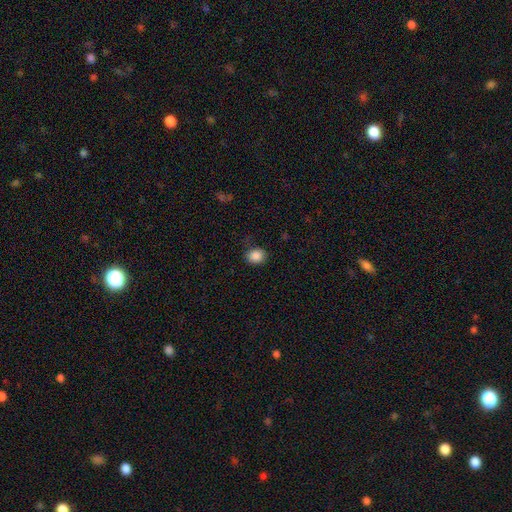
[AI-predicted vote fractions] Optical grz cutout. It shows a smooth galaxy with no disk features (87%) that is round (65%). Merging: none (82%).